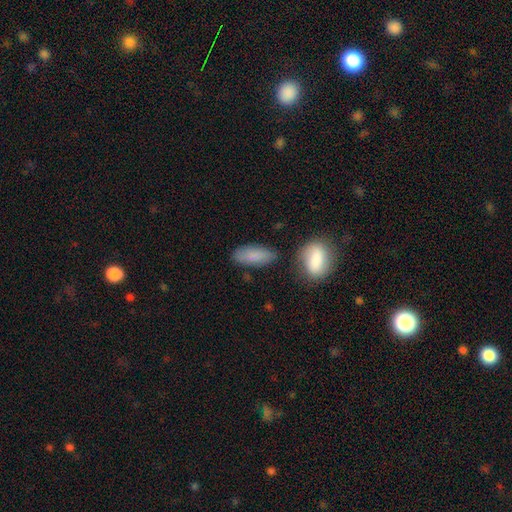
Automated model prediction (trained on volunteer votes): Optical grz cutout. It shows a smooth galaxy with no disk features (82%) that is in between round and cigar-shaped (81%). Merging: none (73%).